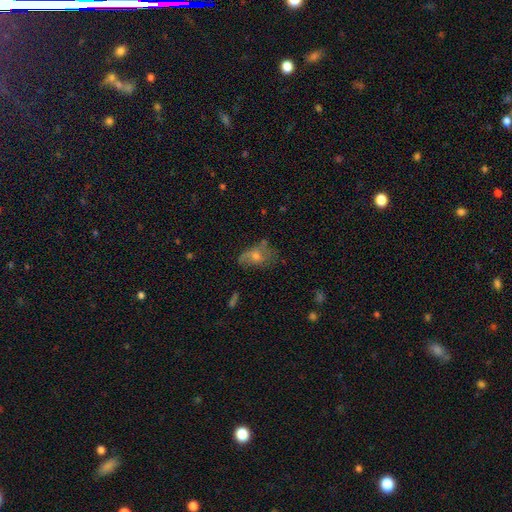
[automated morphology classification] A smooth galaxy with no disk features (45%). Merging: none (46%).